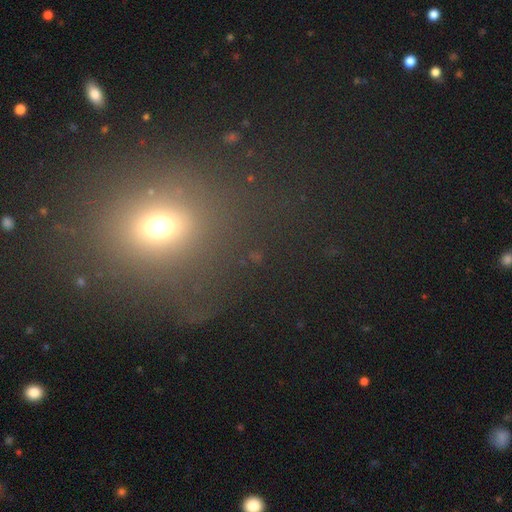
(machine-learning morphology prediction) type=smooth (53%); roundness=round (62%); merging=none (83%).